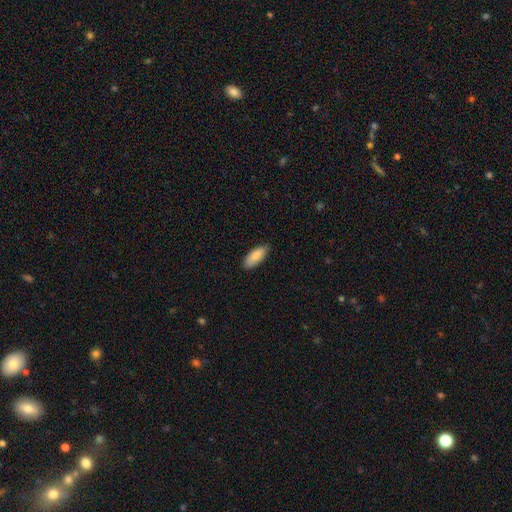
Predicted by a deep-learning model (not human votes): The model was most divided on "how rounded": in between: 78%, cigar-shaped: 20%, round: 2%. More confident: merging — none (86%); smooth or featured — smooth (82%).